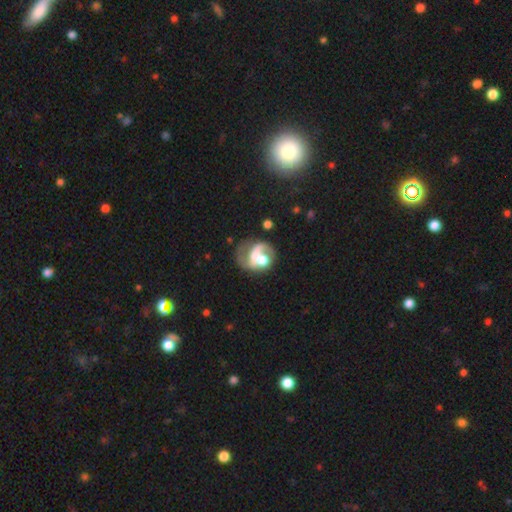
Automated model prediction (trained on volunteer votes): smooth-or-featured: featured or disk: 67% | smooth: 24% | star or artifact: 9%
  disk-edge-on: no: 98% | yes: 2%
    bar: no: 57% | weak: 29% | strong: 14%
    has-spiral-arms: yes: 67% | no: 33%
    bulge-size: moderate: 53% | small: 19% | large: 17% | none: 9% | dominant: 3%
  merging: merger: 36% | none: 33% | major disturbance: 18% | minor disturbance: 14%